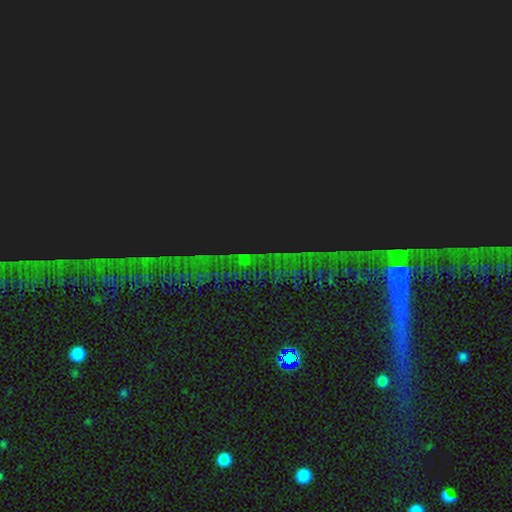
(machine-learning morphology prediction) This appears to be a star or artifact, not a galaxy (84%).